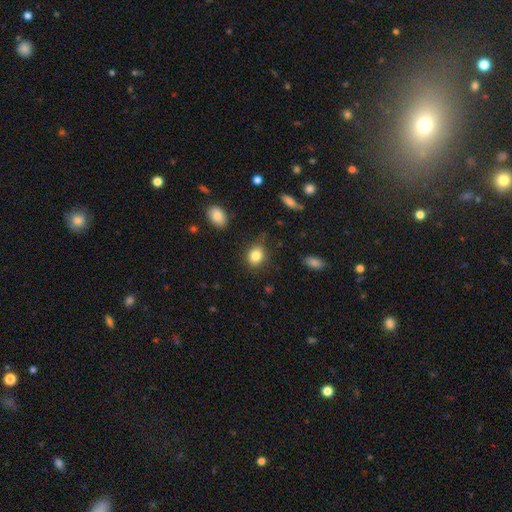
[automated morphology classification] Q: Smooth or featured?
A: smooth (84%); runner-up: star or artifact (10%)
Q: How rounded?
A: round (55%); runner-up: in between (43%)
Q: Merging?
A: none (81%); runner-up: minor disturbance (14%)